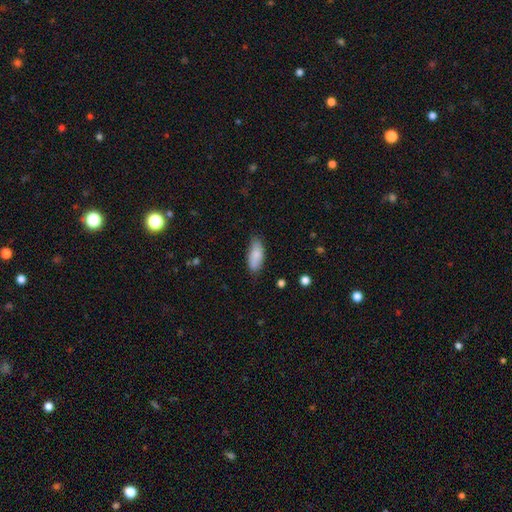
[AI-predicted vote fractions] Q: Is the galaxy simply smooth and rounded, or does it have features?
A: smooth — 84%.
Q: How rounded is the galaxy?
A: in between — 82%.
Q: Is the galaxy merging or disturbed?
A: none — 78%.